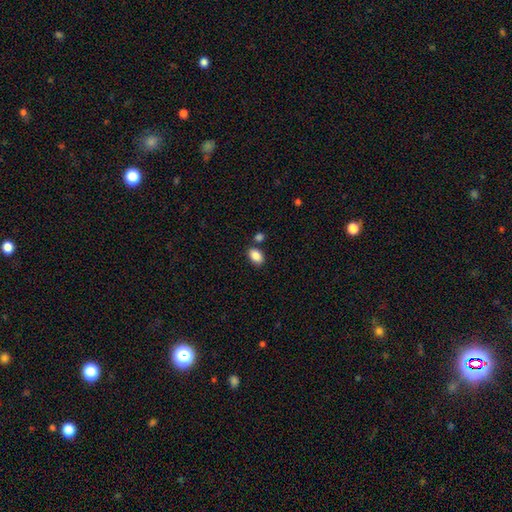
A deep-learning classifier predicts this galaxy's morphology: Smooth or featured?
  - smooth: 87% *
  - star or artifact: 8%
  - featured or disk: 4%
How rounded?
  - in between: 86% *
  - round: 13%
  - cigar-shaped: 1%
Merging?
  - none: 78% *
  - minor disturbance: 10%
  - merger: 9%
  - major disturbance: 3%